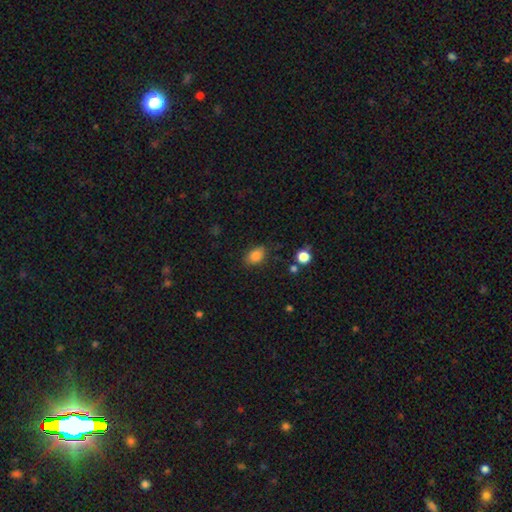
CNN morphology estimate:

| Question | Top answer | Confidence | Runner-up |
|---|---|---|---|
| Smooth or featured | smooth | 84% | star or artifact (10%) |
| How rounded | in between | 75% | round (24%) |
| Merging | none | 74% | minor disturbance (19%) |